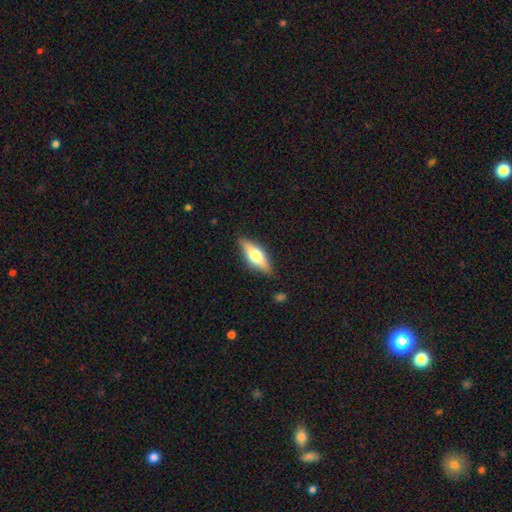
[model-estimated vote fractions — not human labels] Smooth or featured: smooth — 48% (featured or disk — 46%)
Merging: none — 84% (minor disturbance — 12%)